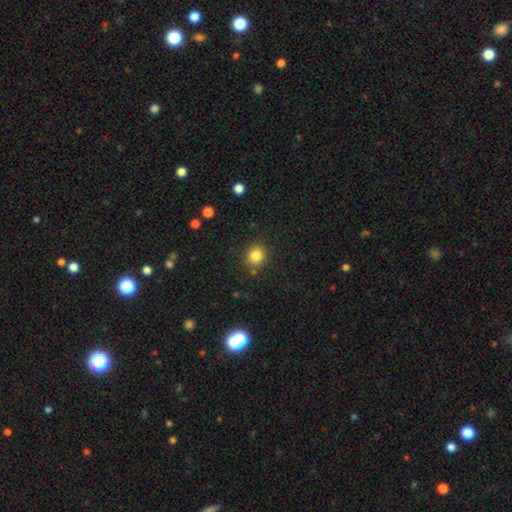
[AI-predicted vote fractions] This is clearly a smooth galaxy (83%). How rounded: clearly round (80%). Merging: clearly none (85%).